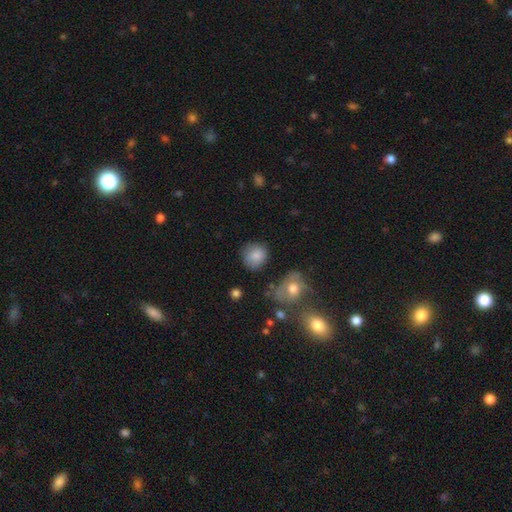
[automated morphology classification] This is clearly a smooth galaxy (83%). How rounded: clearly round (83%). Merging: likely none (75%).